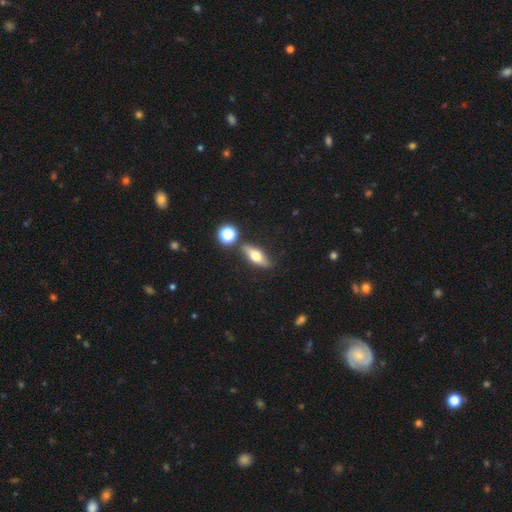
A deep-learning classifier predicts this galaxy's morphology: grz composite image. It shows a smooth galaxy with no disk features (60%) that is in between round and cigar-shaped (63%). Merging: none (77%).